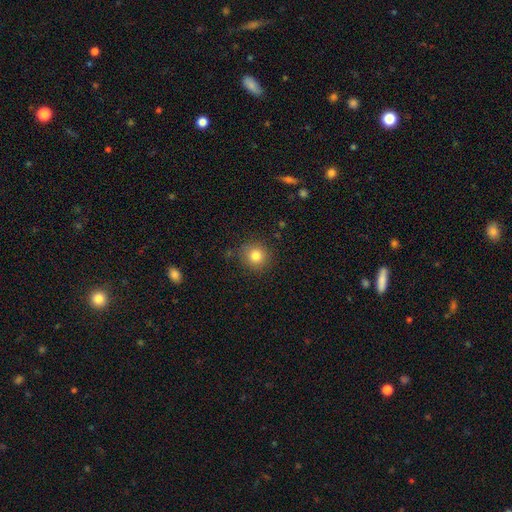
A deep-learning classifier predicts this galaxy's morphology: smooth 82%, star or artifact 11%, featured or disk 7%. Down the decision tree: how rounded — round (92%); merging — none (86%).